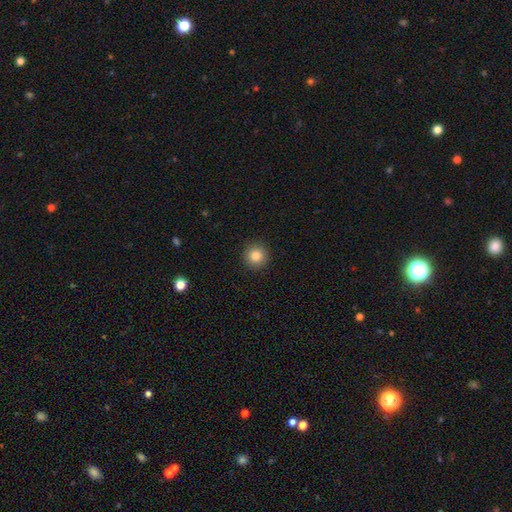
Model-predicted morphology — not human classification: This appears to be a smooth galaxy with no disk features (85%) that is round (95%). Merging: none (92%).